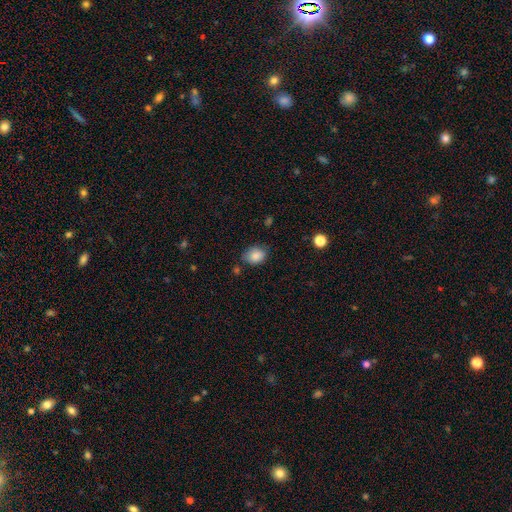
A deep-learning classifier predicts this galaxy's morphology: This appears to be a smooth galaxy with no disk features (86%) that is in between round and cigar-shaped (64%). Merging: none (70%).